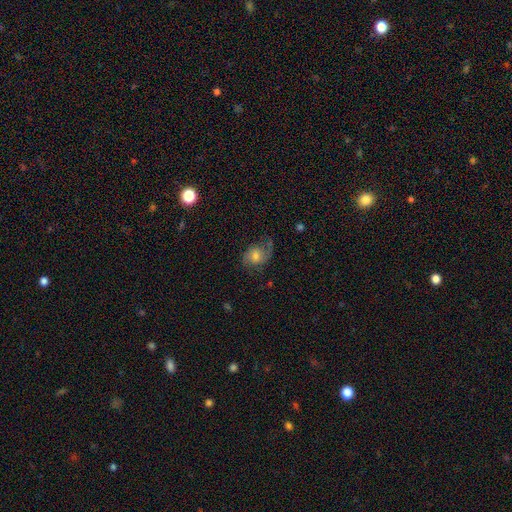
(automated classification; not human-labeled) featured or disk 56%, smooth 33%, star or artifact 11%. Down the decision tree: edge-on disk — no (96%); bar — no (70%); spiral arms — yes (87%); bulge size — moderate (55%); merging — none (57%).